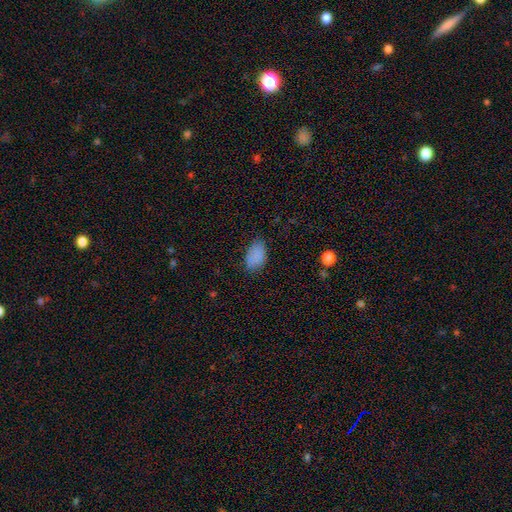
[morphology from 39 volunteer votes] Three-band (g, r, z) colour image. It shows a smooth galaxy with no disk features (85%) that is in between round and cigar-shaped (82%). Merging: none (61%).